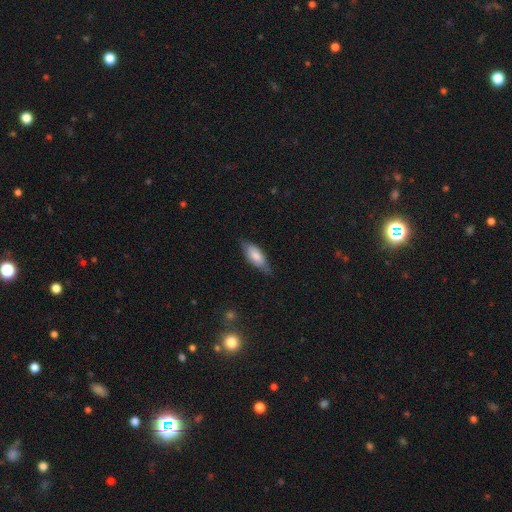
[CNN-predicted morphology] Smooth or featured?
  - smooth: 71% *
  - featured or disk: 23%
  - star or artifact: 6%
How rounded?
  - in between: 70% *
  - cigar-shaped: 28%
  - round: 2%
Merging?
  - none: 72% *
  - minor disturbance: 23%
  - major disturbance: 4%
  - merger: 1%